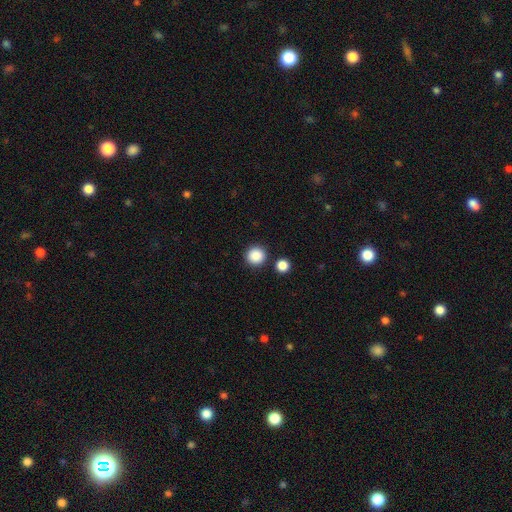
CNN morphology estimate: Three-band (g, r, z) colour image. It shows a smooth galaxy with no disk features (88%) that is round (94%). Merging: none (88%).